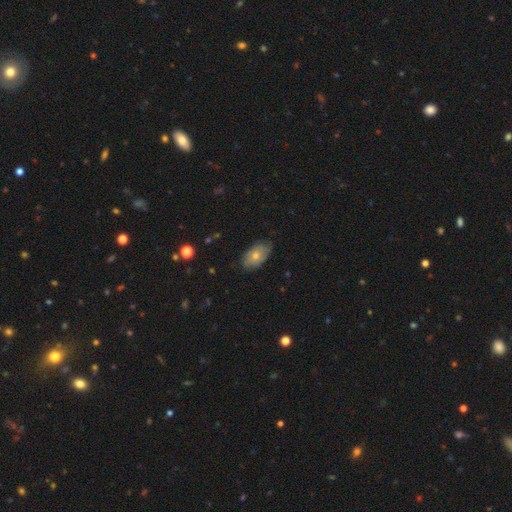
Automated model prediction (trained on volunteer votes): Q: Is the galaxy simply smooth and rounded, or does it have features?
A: smooth — 60%.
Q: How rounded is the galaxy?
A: in between — 91%.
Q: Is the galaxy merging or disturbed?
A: none — 73%.